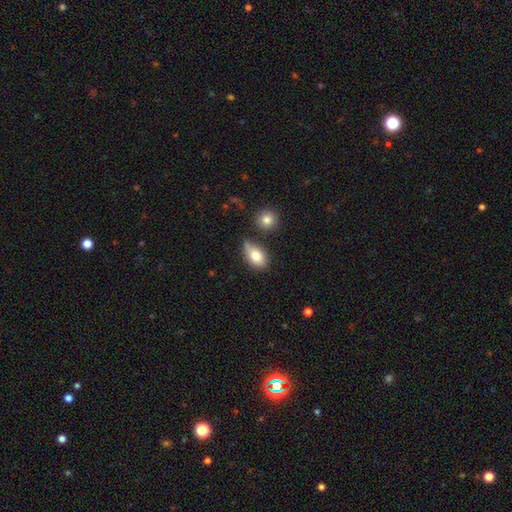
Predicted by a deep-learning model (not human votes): The model was most divided on "merging": none: 56%, minor disturbance: 25%, merger: 12%, major disturbance: 6%. More confident: how rounded — in between (86%); smooth or featured — smooth (80%).